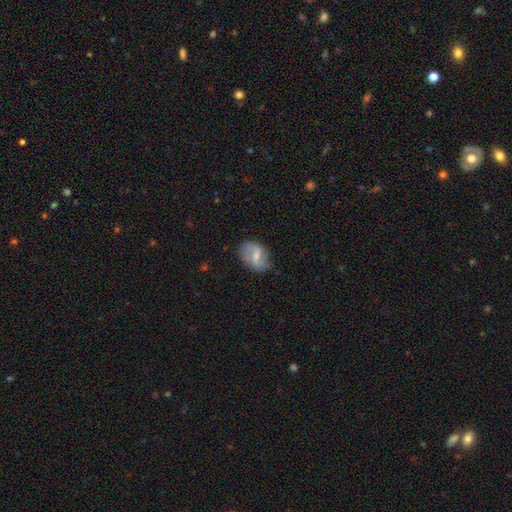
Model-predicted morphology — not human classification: A featured or disk galaxy (54%) with a weak bar (49%), spiral arms (69%) and a small central bulge (43%).

Vote fractions:
- Smooth or featured? featured or disk: 54% / smooth: 39% / star or artifact: 7%
- Edge-on disk? no: 96% / yes: 4%
- Bar? weak: 49% / strong: 36% / no: 16%
- Spiral arms? yes: 69% / no: 31%
- Bulge size? small: 43% / moderate: 34% / none: 19% / large: 3% / dominant: 1%
- Merging? none: 72% / minor disturbance: 20% / major disturbance: 7% / merger: 2%